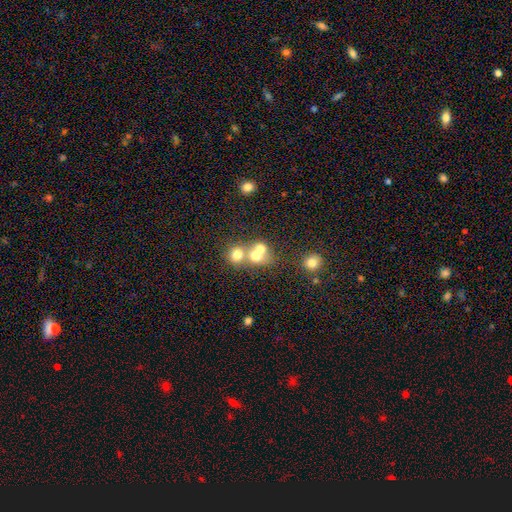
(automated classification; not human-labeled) Smooth or featured?
  - smooth: 67% *
  - featured or disk: 18%
  - star or artifact: 15%
How rounded?
  - round: 76% *
  - in between: 23%
  - cigar-shaped: 1%
Merging?
  - merger: 58% *
  - none: 32%
  - minor disturbance: 6%
  - major disturbance: 4%